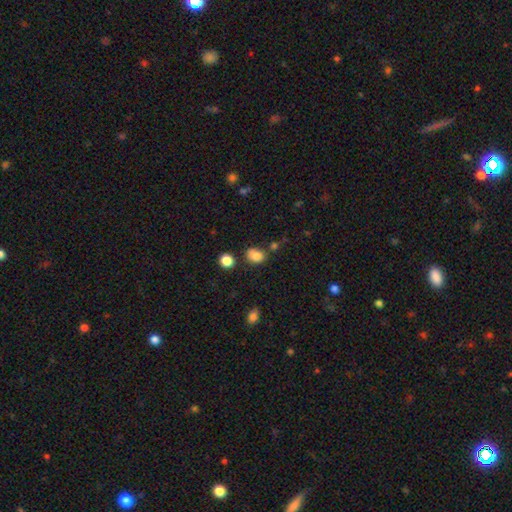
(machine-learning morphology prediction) smooth 82%, star or artifact 11%, featured or disk 6%. Down the decision tree: how rounded — in between (62%); merging — none (59%).